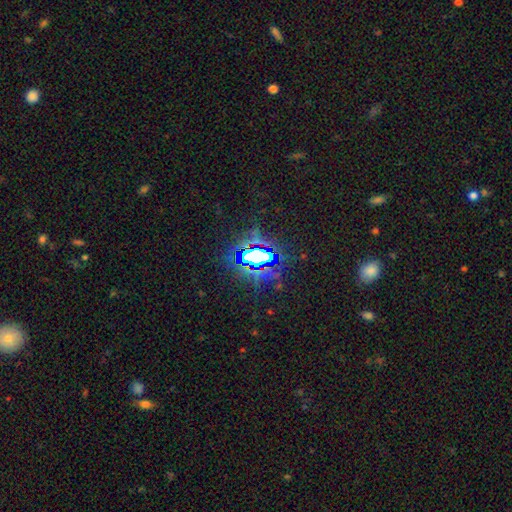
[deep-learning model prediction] Smooth or featured? star or artifact (74%)